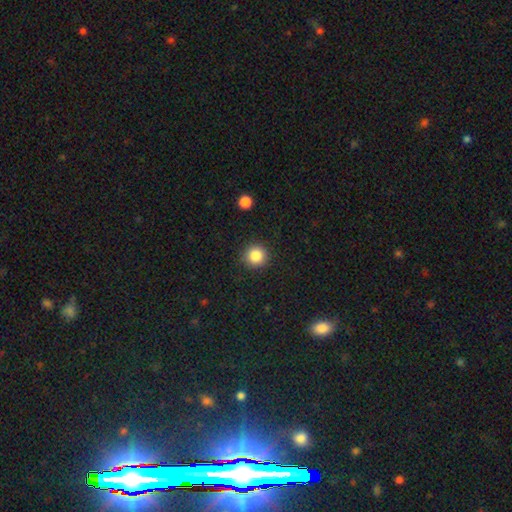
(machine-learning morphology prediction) Smooth or featured: smooth — 85% (star or artifact — 10%)
How rounded: round — 94% (in between — 5%)
Merging: none — 91% (minor disturbance — 6%)